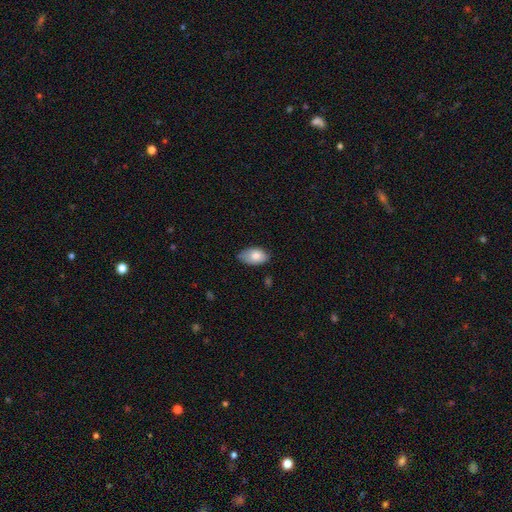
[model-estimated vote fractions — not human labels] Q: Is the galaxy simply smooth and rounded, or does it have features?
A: smooth — 80%.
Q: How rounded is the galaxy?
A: in between — 92%.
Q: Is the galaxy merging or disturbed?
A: none — 66%.